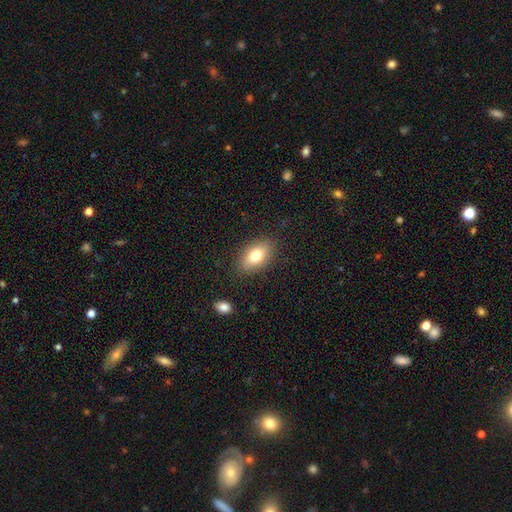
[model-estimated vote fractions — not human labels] This is likely a smooth galaxy (76%). How rounded: clearly in between (88%). Merging: clearly none (85%).